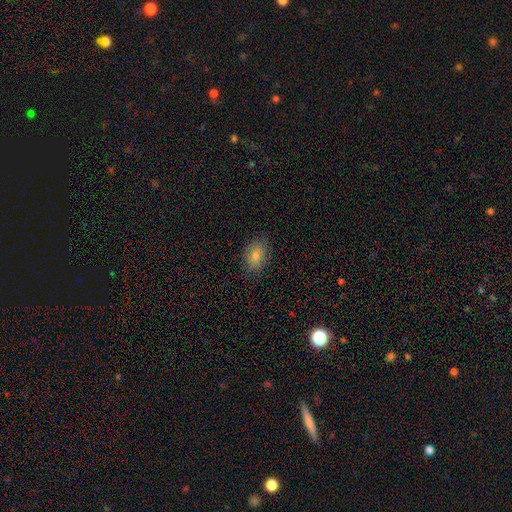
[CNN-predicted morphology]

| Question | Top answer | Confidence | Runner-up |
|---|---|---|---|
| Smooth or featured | smooth | 81% | featured or disk (11%) |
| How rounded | in between | 83% | round (15%) |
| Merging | none | 81% | minor disturbance (14%) |